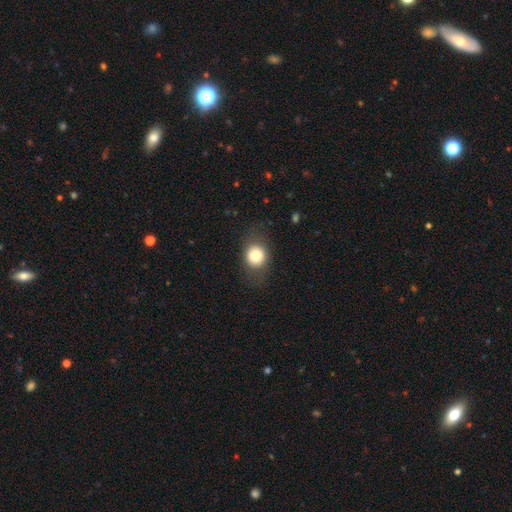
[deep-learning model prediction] A smooth galaxy with no disk features (76%) that is round (65%).

Vote fractions:
- Smooth or featured? smooth: 76% / featured or disk: 14% / star or artifact: 10%
- How rounded? round: 65% / in between: 34% / cigar-shaped: 1%
- Merging? none: 78% / minor disturbance: 13% / major disturbance: 7% / merger: 1%